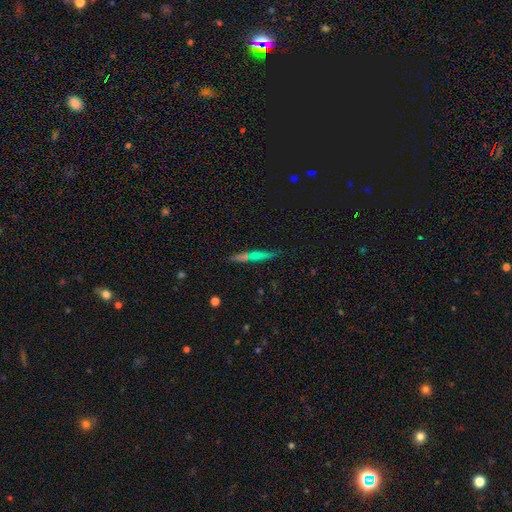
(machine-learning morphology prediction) Smooth or featured: smooth — 58% (featured or disk — 32%)
How rounded: cigar-shaped — 91% (in between — 7%)
Merging: none — 80% (minor disturbance — 11%)